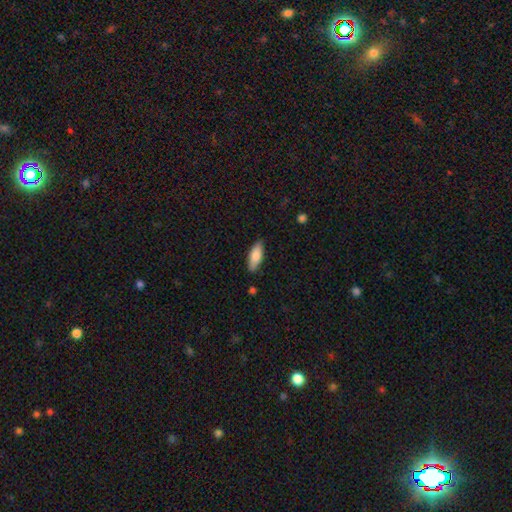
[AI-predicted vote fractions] Smooth or featured? smooth (81%)
How rounded? in between (71%)
Merging? none (86%)